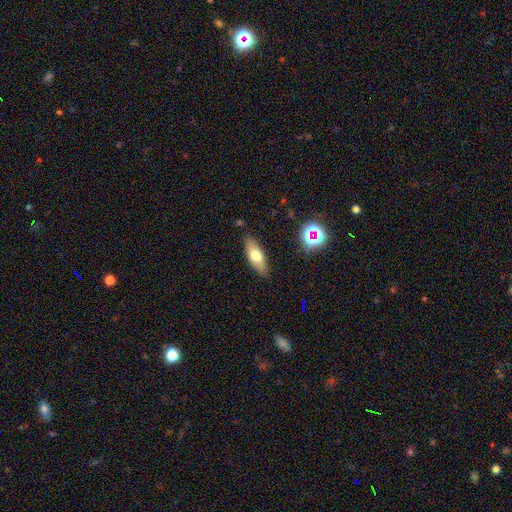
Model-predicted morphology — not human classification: Q: Smooth or featured?
A: smooth (65%); runner-up: featured or disk (27%)
Q: How rounded?
A: in between (68%); runner-up: cigar-shaped (29%)
Q: Merging?
A: none (85%); runner-up: minor disturbance (11%)